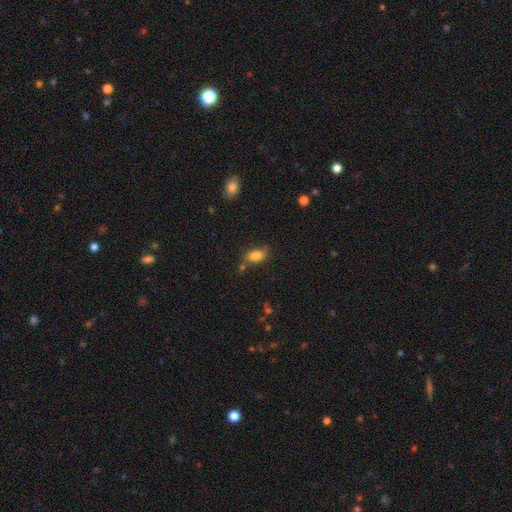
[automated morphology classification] Smooth or featured?
  - smooth: 83% *
  - star or artifact: 9%
  - featured or disk: 8%
How rounded?
  - in between: 87% *
  - round: 8%
  - cigar-shaped: 4%
Merging?
  - none: 64% *
  - minor disturbance: 22%
  - merger: 8%
  - major disturbance: 6%